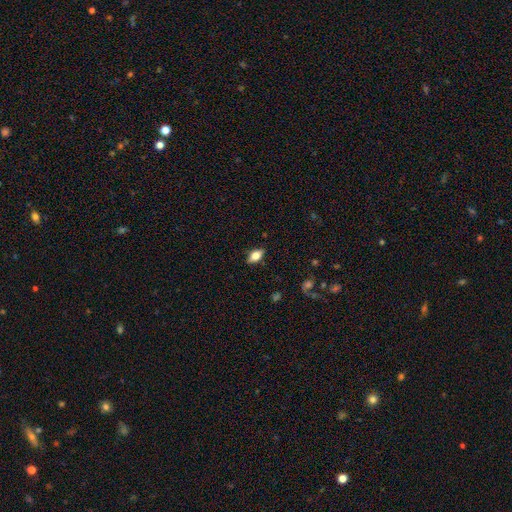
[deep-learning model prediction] Smooth or featured: smooth — 62% (featured or disk — 29%)
How rounded: in between — 84% (cigar-shaped — 10%)
Merging: none — 86% (minor disturbance — 11%)